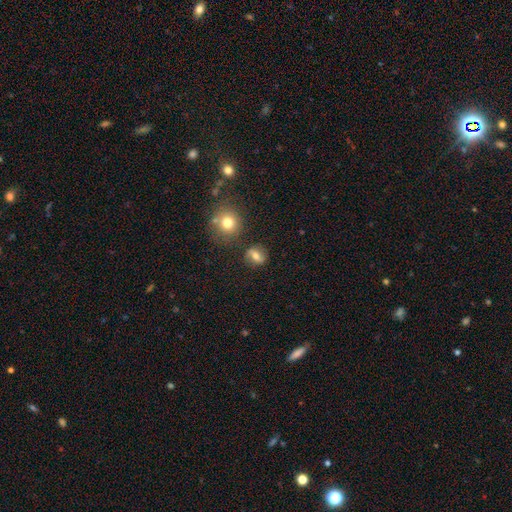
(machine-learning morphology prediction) This appears to be a smooth galaxy with no disk features (56%) that is round (56%). Merging: none (78%).